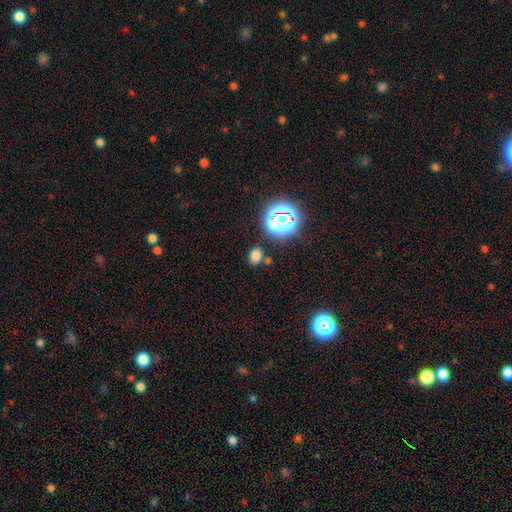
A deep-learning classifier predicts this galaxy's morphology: Smooth or featured: smooth — 70% (star or artifact — 24%)
How rounded: in between — 59% (round — 40%)
Merging: none — 77% (minor disturbance — 11%)